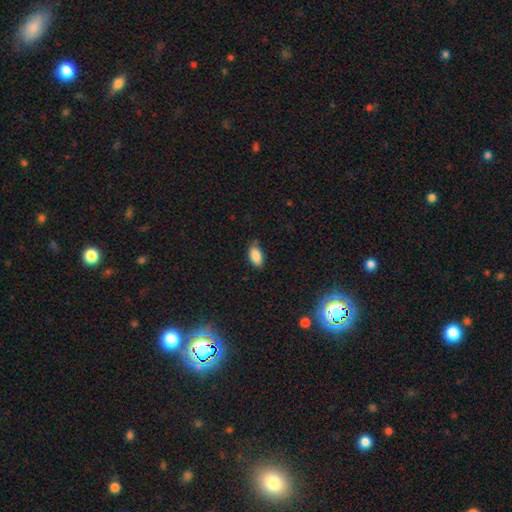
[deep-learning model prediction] Smooth or featured? Predicted: smooth (p=0.87). How rounded? Predicted: in between (p=0.92). Merging? Predicted: none (p=0.75).